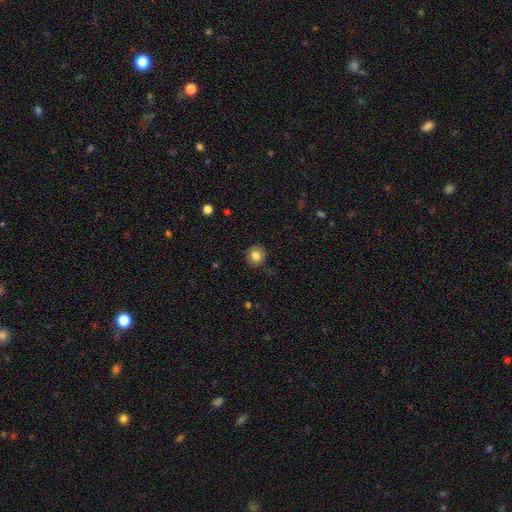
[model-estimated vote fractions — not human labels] Smooth or featured: smooth — 82% (star or artifact — 10%)
How rounded: round — 89% (in between — 10%)
Merging: none — 88% (minor disturbance — 9%)